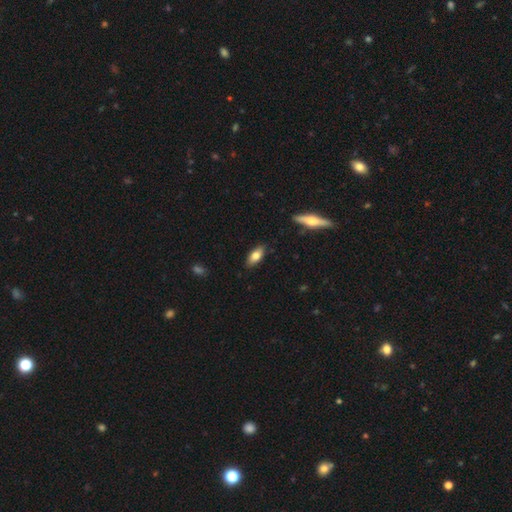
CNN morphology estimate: The model was most divided on "smooth or featured": smooth: 73%, featured or disk: 20%, star or artifact: 7%. More confident: merging — none (86%); how rounded — in between (81%).